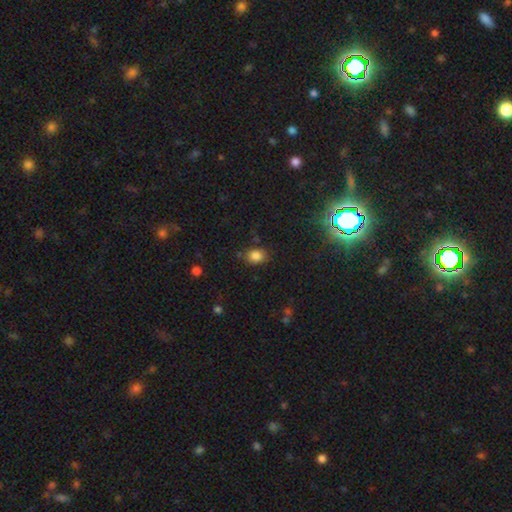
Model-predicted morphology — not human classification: A smooth galaxy with no disk features (82%) that is in between round and cigar-shaped (60%). Merging: none (78%).